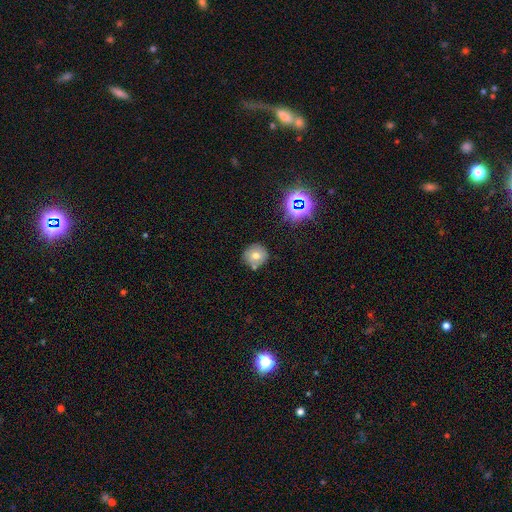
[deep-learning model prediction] Morphology: type=smooth (66%); roundness=round (90%); merging=none (73%).